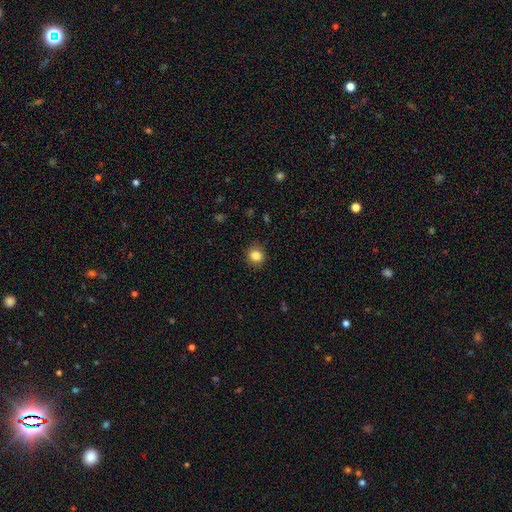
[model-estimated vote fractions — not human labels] smooth_or_featured: smooth (p=0.84) [alt: star or artifact p=0.11]
how_rounded: round (p=0.80) [alt: in between p=0.19]
merging: none (p=0.88) [alt: minor disturbance p=0.09]